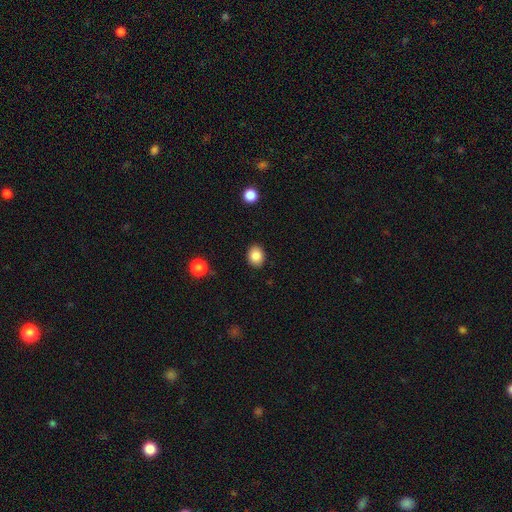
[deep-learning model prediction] The model was most divided on "how rounded": in between: 53%, round: 46%, cigar-shaped: 1%. More confident: merging — none (89%); smooth or featured — smooth (87%).